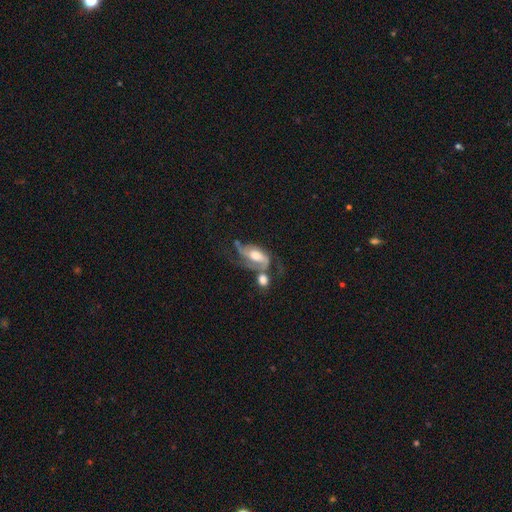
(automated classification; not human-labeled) Overall: featured or disk (76%). Edge-on disk: no (94%). Bar: no (52%; weak 34%). Spiral arms: yes (91%). Spiral arm count: 2 (75%). Spiral winding: medium (43%; loose 36%). Bulge size: moderate (44%; large 37%). Merging: merger (31%; none 27%).